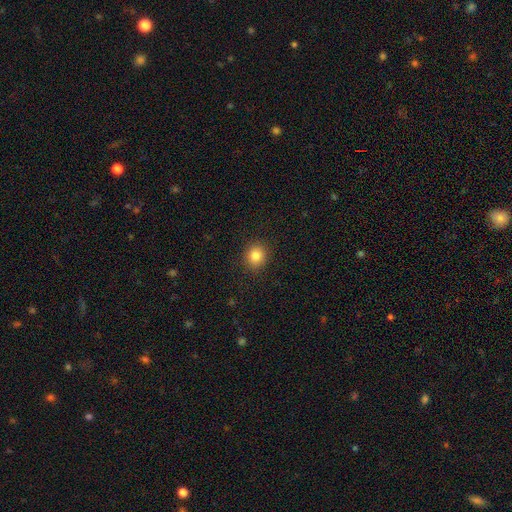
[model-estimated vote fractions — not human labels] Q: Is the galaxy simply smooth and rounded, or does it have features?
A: smooth — 84%.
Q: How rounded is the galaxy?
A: round — 77%.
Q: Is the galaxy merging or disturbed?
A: none — 90%.